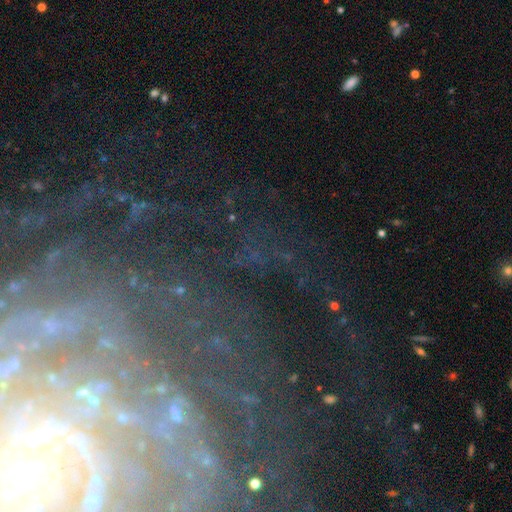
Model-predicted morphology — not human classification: The model was most divided on "spiral arm count": can't tell: 26%, 2: 18%, 3: 16%, more than 4: 15%, 4: 14%, 1: 12%. Remaining: edge-on disk — no (93%); spiral arms — yes (91%); bulge size — small (72%); merging — none (69%); spiral winding — tight (68%); smooth or featured — featured or disk (68%); bar — no (43%).